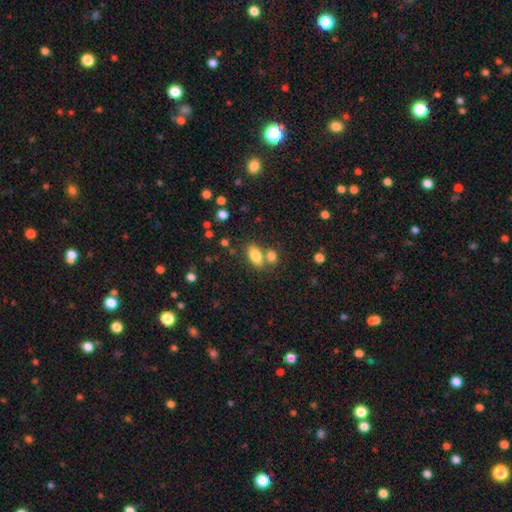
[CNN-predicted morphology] smooth_or_featured: smooth (p=0.82) [alt: featured or disk p=0.09]
how_rounded: in between (p=0.89) [alt: round p=0.06]
merging: none (p=0.57) [alt: merger p=0.30]